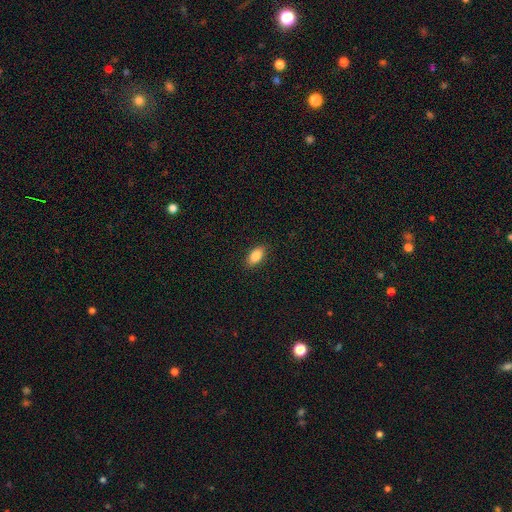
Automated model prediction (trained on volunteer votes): Smooth or featured? Predicted: smooth (p=0.87). How rounded? Predicted: in between (p=0.91). Merging? Predicted: none (p=0.89).